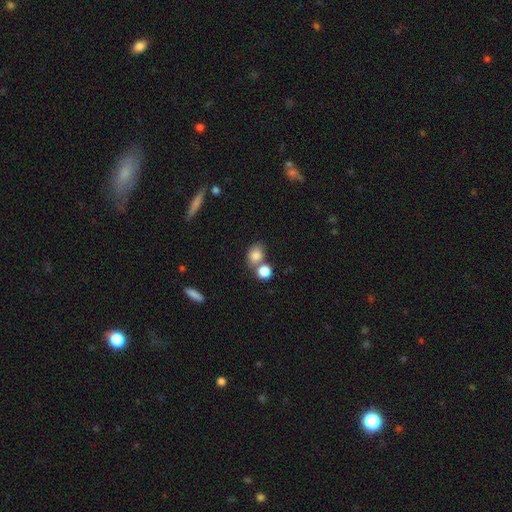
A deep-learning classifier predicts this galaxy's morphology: type=smooth (82%); roundness=in between (49%, tied with round); merging=none (47%).